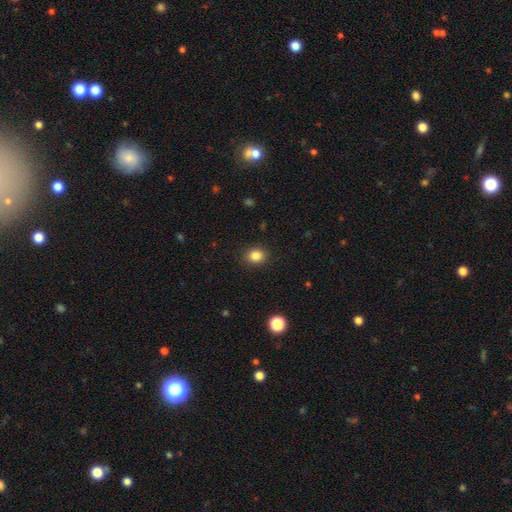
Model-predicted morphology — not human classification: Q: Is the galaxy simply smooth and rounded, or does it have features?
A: smooth — 84%.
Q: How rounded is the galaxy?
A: round — 62%.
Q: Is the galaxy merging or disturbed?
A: none — 89%.